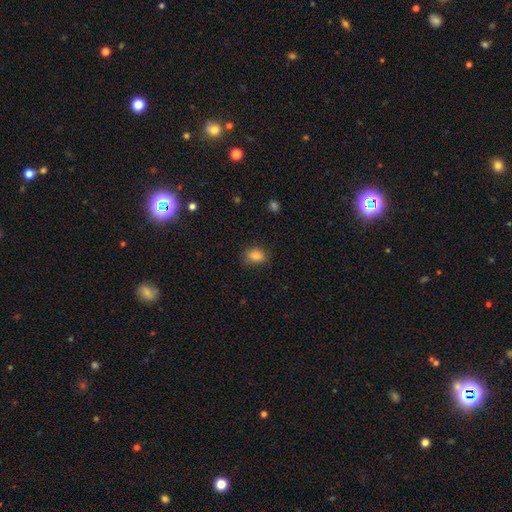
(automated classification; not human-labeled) Overall: smooth (83%). How rounded: in between (57%; round 42%). Merging: none (79%).